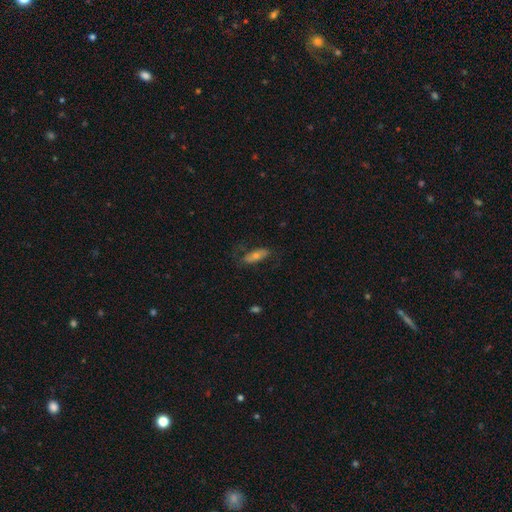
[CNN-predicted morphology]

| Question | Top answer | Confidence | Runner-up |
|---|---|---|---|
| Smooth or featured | smooth | 61% | featured or disk (32%) |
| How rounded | in between | 71% | cigar-shaped (26%) |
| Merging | none | 65% | minor disturbance (22%) |